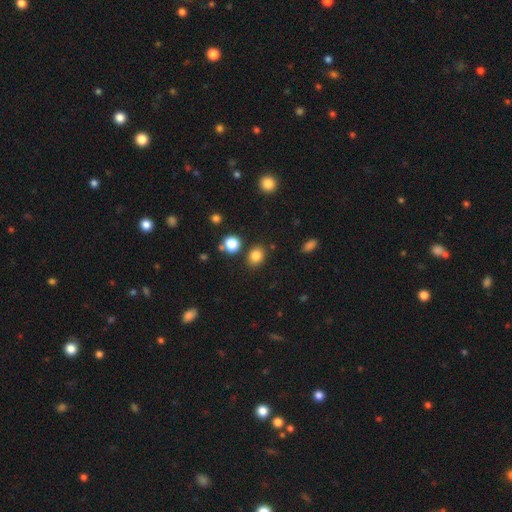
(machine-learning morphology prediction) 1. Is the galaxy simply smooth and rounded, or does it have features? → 83% smooth, 12% star or artifact, 5% featured or disk.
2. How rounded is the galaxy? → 56% round, 43% in between, 1% cigar-shaped.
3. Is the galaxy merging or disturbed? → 81% none, 10% minor disturbance, 6% merger, 3% major disturbance.